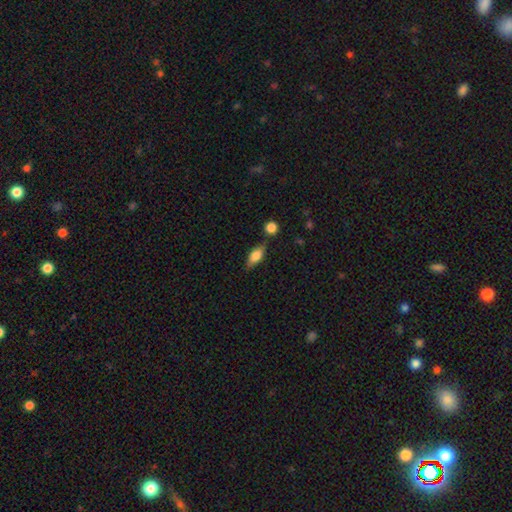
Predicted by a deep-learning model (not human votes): smooth-or-featured: smooth: 74% | featured or disk: 19% | star or artifact: 7%
  how-rounded: in between: 80% | cigar-shaped: 16% | round: 5%
  merging: none: 71% | minor disturbance: 17% | merger: 8% | major disturbance: 4%